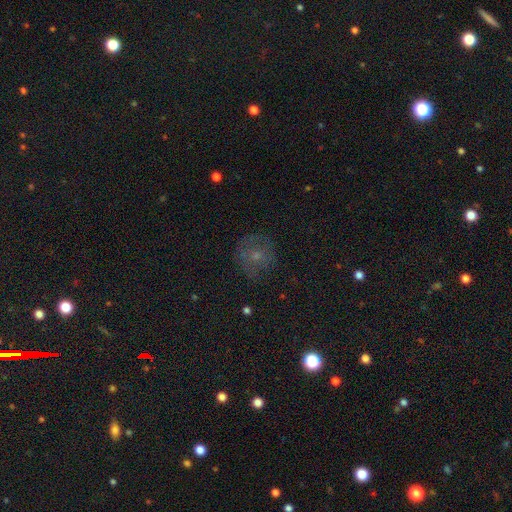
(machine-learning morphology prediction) Smooth or featured? smooth (53%)
How rounded? round (87%)
Merging? none (72%)